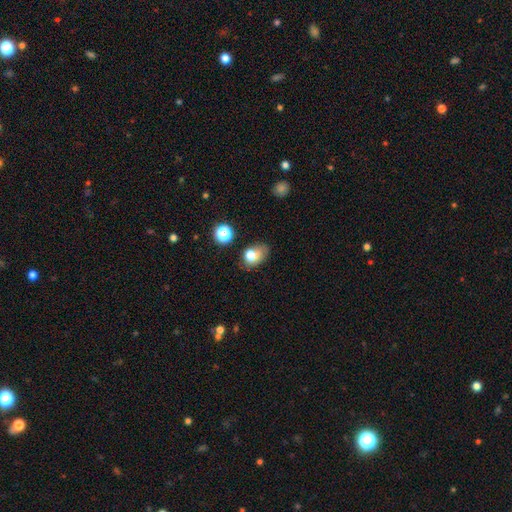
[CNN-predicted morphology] smooth-or-featured: smooth: 73% | featured or disk: 14% | star or artifact: 12%
  how-rounded: in between: 67% | round: 32% | cigar-shaped: 1%
  merging: none: 45% | minor disturbance: 32% | major disturbance: 14% | merger: 10%